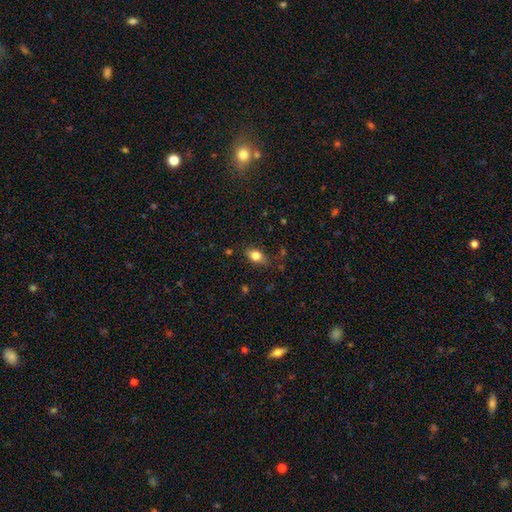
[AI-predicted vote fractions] smooth 80%, featured or disk 11%, star or artifact 9%. Down the decision tree: how rounded — in between (81%); merging — none (74%).